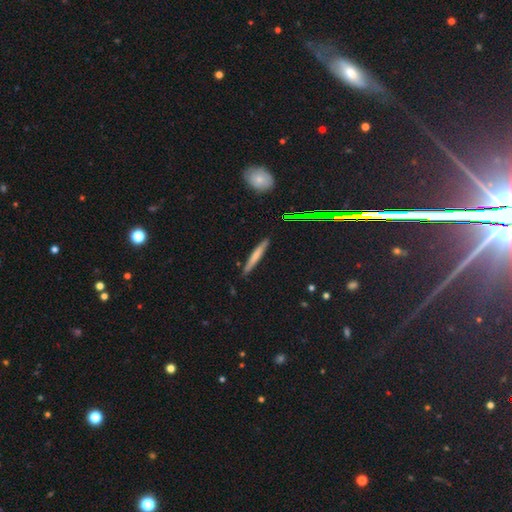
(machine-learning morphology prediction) This appears to be a smooth galaxy with no disk features (63%) that is cigar-shaped (95%). Merging: none (89%).